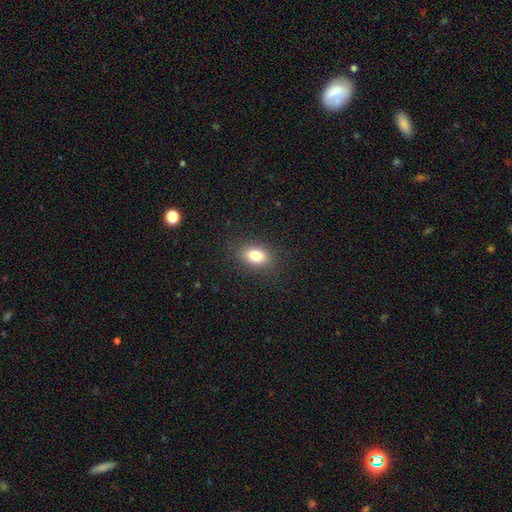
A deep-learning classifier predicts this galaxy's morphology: Q: Smooth or featured?
A: smooth (82%); runner-up: star or artifact (10%)
Q: How rounded?
A: in between (81%); runner-up: round (18%)
Q: Merging?
A: none (86%); runner-up: minor disturbance (10%)